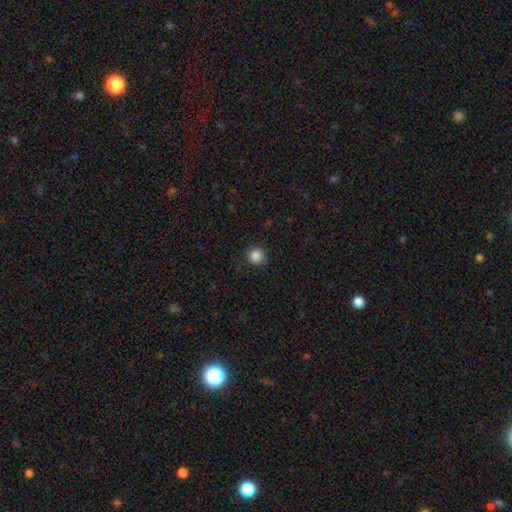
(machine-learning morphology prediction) Smooth or featured? smooth (86%)
How rounded? round (91%)
Merging? none (86%)